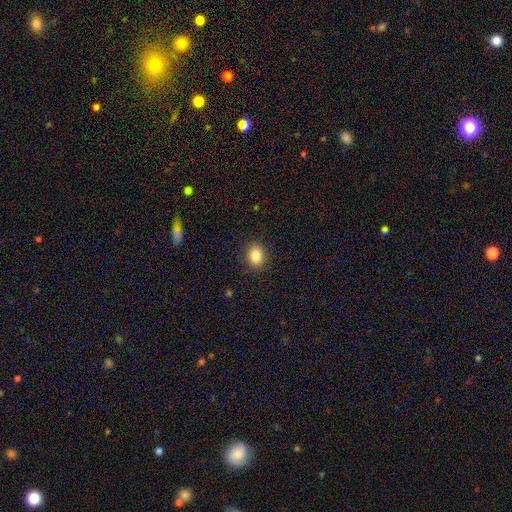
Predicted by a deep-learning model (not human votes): A smooth galaxy with no disk features (84%) that is round (53%). Merging: none (88%).